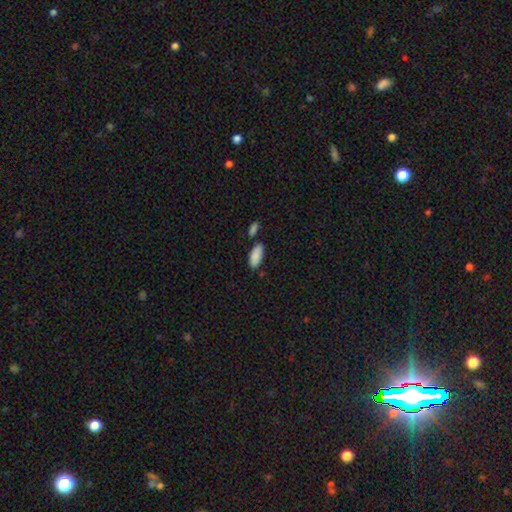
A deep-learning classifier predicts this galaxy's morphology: A smooth galaxy with no disk features (88%) that is in between round and cigar-shaped (87%). Merging: none (71%).